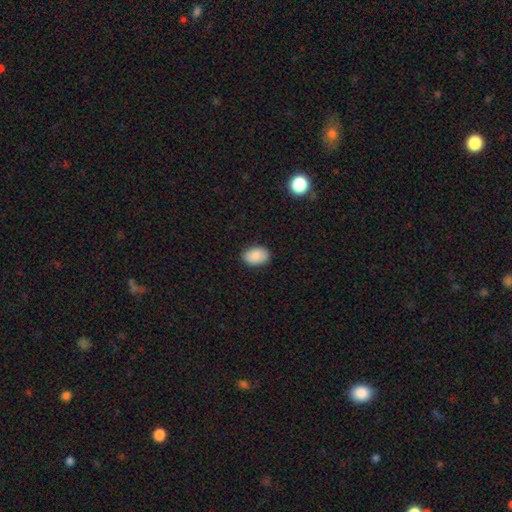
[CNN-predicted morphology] The model was most divided on "how rounded": in between: 86%, round: 13%, cigar-shaped: 1%. More confident: smooth or featured — smooth (88%); merging — none (86%).